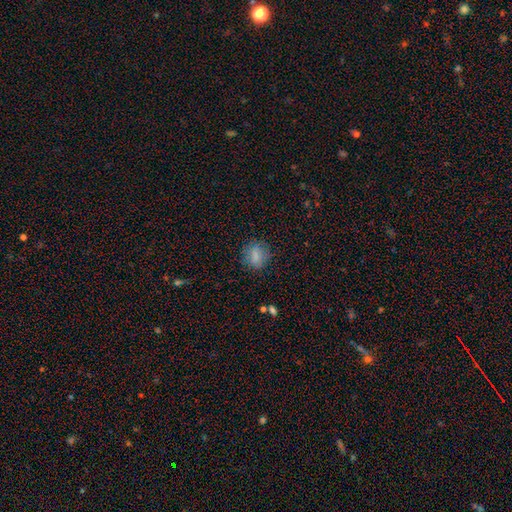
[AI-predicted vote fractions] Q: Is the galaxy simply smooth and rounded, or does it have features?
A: smooth — 78%.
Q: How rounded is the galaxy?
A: round — 59%.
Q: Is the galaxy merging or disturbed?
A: none — 80%.